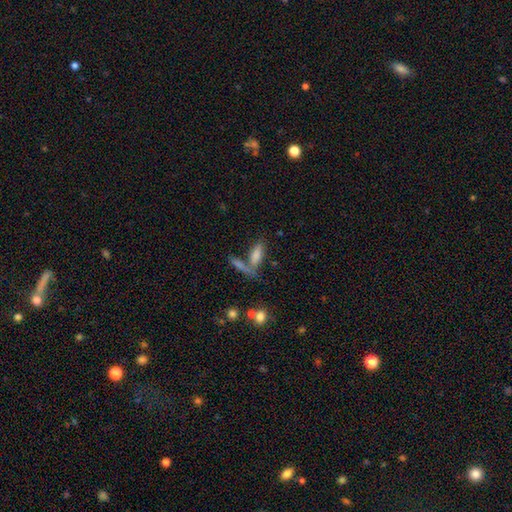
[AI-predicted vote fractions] smooth_or_featured: smooth (p=0.69) [alt: featured or disk p=0.18]
how_rounded: in between (p=0.55) [alt: cigar-shaped p=0.41]
merging: none (p=0.47) [alt: merger p=0.37]